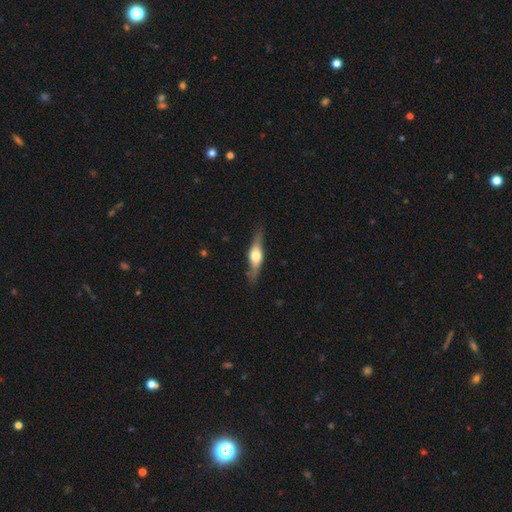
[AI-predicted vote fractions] A featured or disk galaxy (57%) viewed edge-on (88%).

Vote fractions:
- Smooth or featured? featured or disk: 57% / smooth: 38% / star or artifact: 5%
- Edge-on disk? yes: 88% / no: 12%
- Merging? none: 82% / minor disturbance: 14% / major disturbance: 3% / merger: 1%